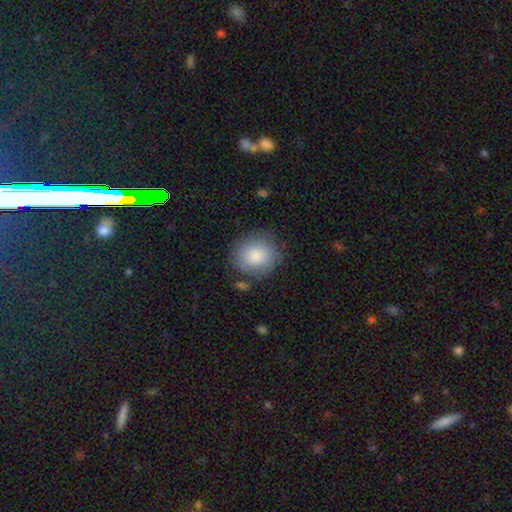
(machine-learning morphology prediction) The model was most divided on "merging": none: 76%, minor disturbance: 15%, major disturbance: 5%, merger: 3%. More confident: smooth or featured — smooth (83%); how rounded — round (81%).